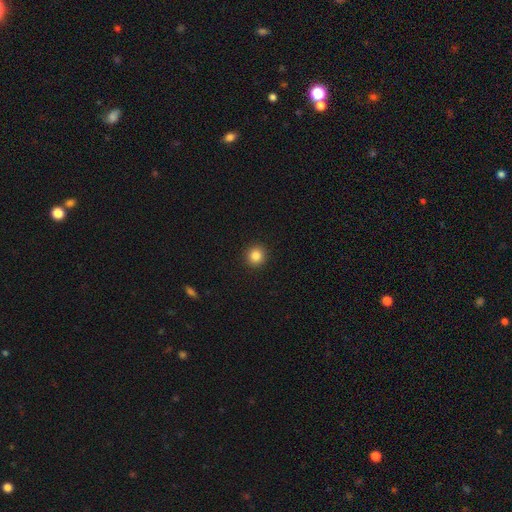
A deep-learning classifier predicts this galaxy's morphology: Overall: smooth (85%). How rounded: round (93%). Merging: none (92%).